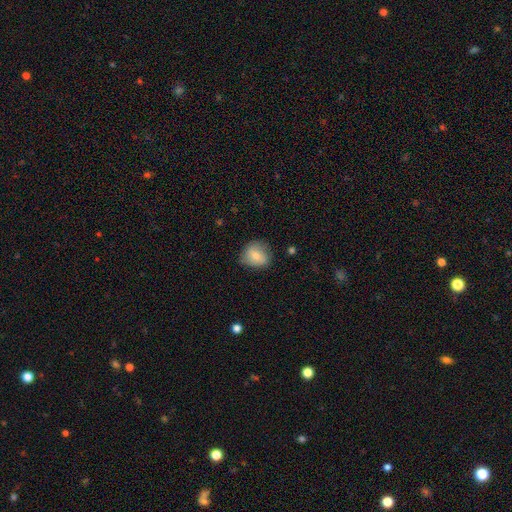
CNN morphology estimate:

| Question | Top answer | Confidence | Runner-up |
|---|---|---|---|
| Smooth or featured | smooth | 71% | featured or disk (21%) |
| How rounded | round | 71% | in between (28%) |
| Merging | none | 69% | minor disturbance (24%) |